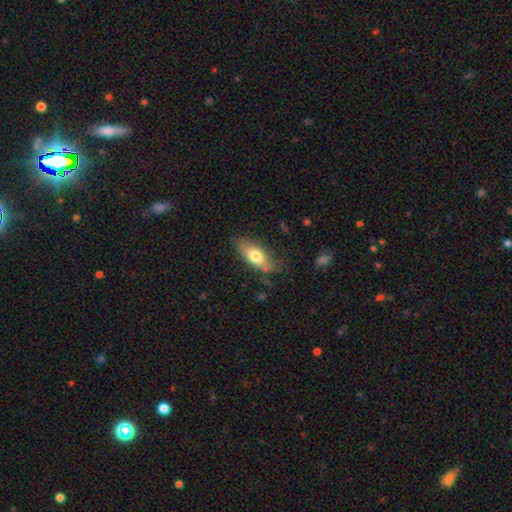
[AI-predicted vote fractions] The model was most divided on "merging": none: 72%, minor disturbance: 20%, major disturbance: 5%, merger: 3%. More confident: how rounded — in between (81%); smooth or featured — smooth (73%).